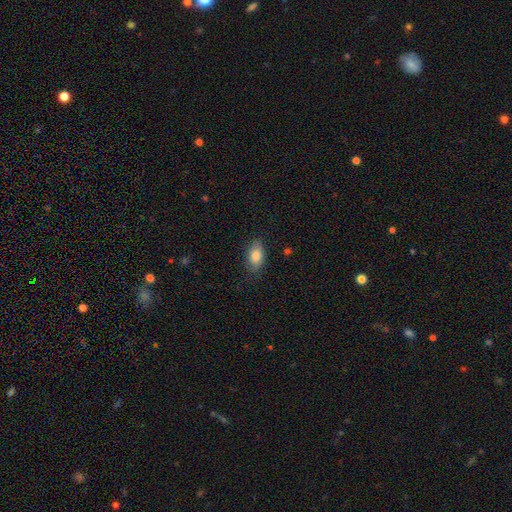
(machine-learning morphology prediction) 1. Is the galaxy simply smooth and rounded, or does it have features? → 84% smooth, 9% featured or disk, 7% star or artifact.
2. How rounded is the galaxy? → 90% in between, 6% round, 5% cigar-shaped.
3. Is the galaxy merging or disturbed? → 80% none, 15% minor disturbance, 4% major disturbance, 1% merger.